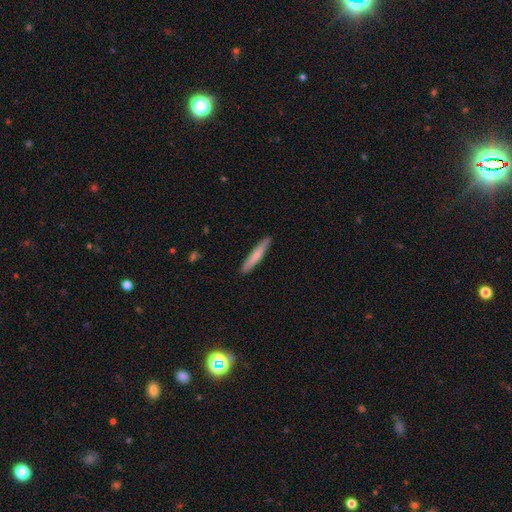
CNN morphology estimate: smooth-or-featured: smooth: 73% | featured or disk: 21% | star or artifact: 5%
  how-rounded: cigar-shaped: 94% | in between: 5% | round: 1%
  merging: none: 90% | minor disturbance: 8% | major disturbance: 1% | merger: 1%